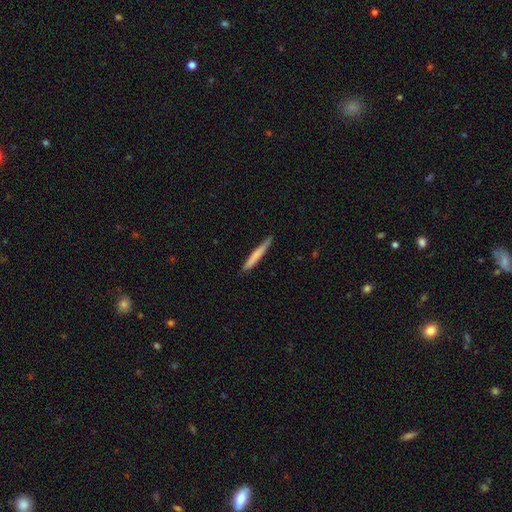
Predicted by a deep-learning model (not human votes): Morphology: type=smooth (71%); roundness=cigar-shaped (96%); merging=none (84%).